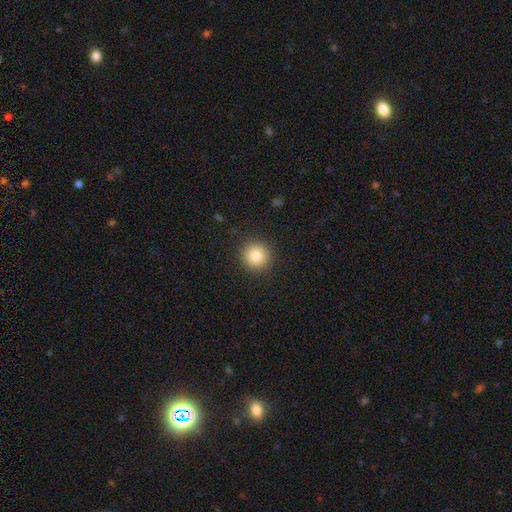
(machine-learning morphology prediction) Smooth or featured: smooth — 83% (star or artifact — 10%)
How rounded: round — 94% (in between — 5%)
Merging: none — 91% (minor disturbance — 6%)